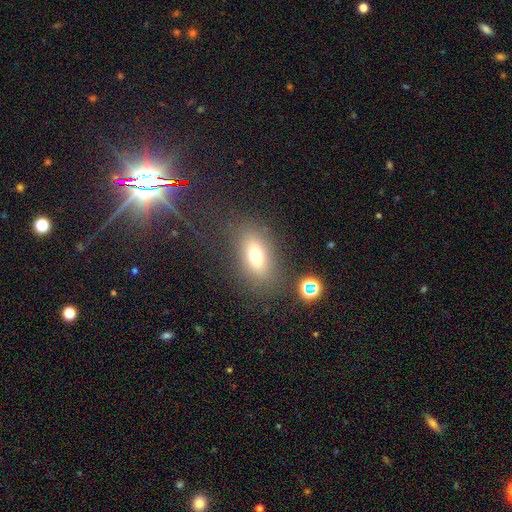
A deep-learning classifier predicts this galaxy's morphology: Overall: smooth (70%). How rounded: in between (81%). Merging: none (77%).